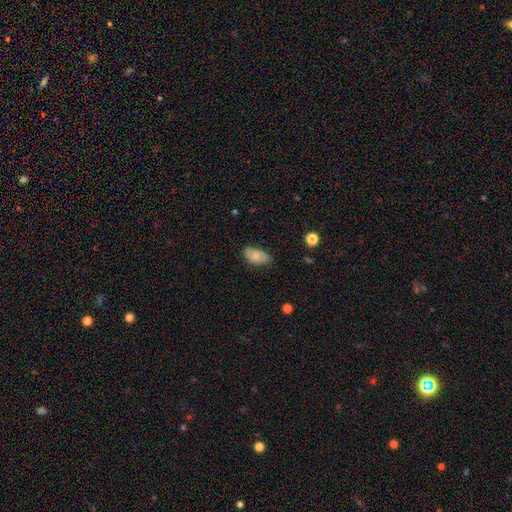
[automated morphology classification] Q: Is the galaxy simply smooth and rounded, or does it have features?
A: smooth — 62%.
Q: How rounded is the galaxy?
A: in between — 92%.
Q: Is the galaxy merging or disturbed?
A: none — 68%.